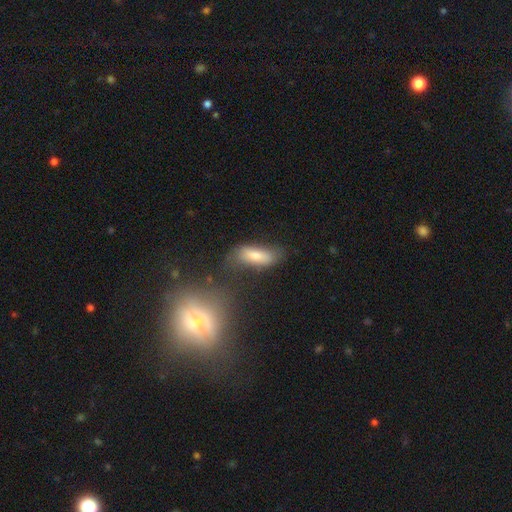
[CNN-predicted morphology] A smooth galaxy with no disk features (74%) that is in between round and cigar-shaped (67%). Merging: none (57%).